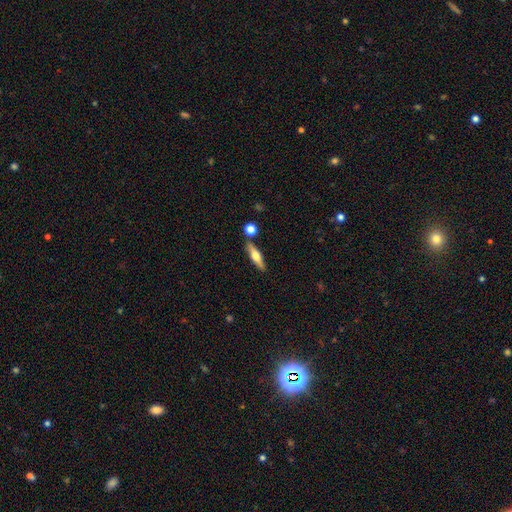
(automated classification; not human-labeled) This is possibly a featured or disk galaxy (48%). Merging: clearly none (81%).